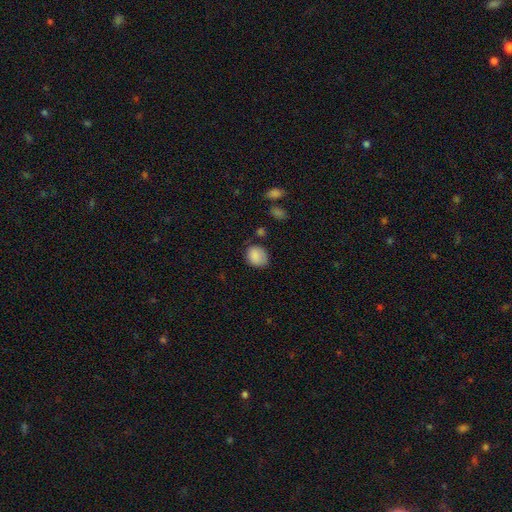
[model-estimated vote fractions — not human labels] The model was most divided on "how rounded": round: 53%, in between: 46%, cigar-shaped: 1%. More confident: smooth or featured — smooth (87%); merging — none (66%).